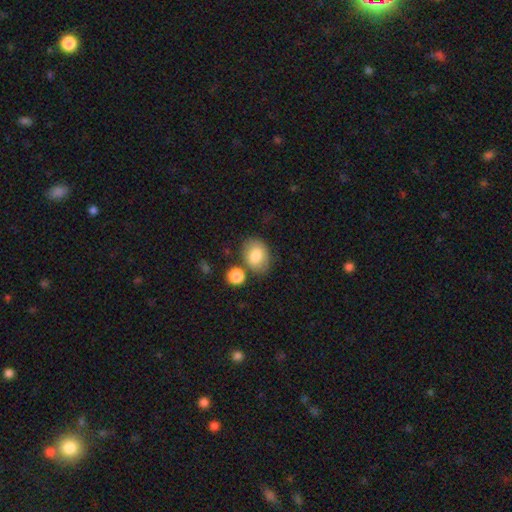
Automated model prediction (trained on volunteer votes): This is likely a smooth galaxy (79%). How rounded: likely in between (70%). Merging: likely none (67%).